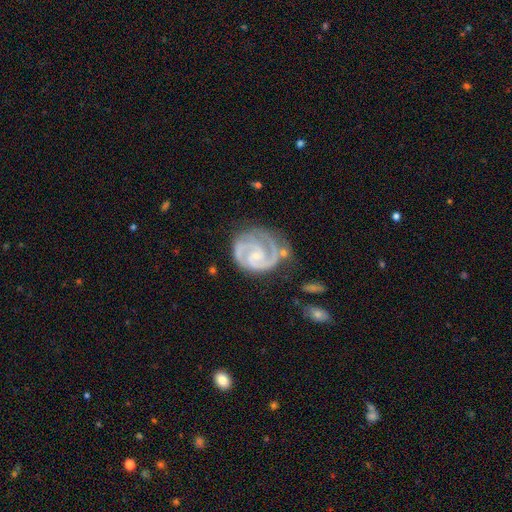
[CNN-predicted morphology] A featured or disk galaxy (90%) with no bar (53%), 2 (77%) tight (61%) spiral arms (98%) and a small central bulge (66%).

Vote fractions:
- Smooth or featured? featured or disk: 90% / star or artifact: 5% / smooth: 5%
- Edge-on disk? no: 98% / yes: 2%
- Bar? no: 53% / weak: 37% / strong: 10%
- Spiral arms? yes: 98% / no: 2%
- Spiral winding? tight: 61% / medium: 34% / loose: 5%
- Spiral arm count? 2: 77% / 3: 10% / can't tell: 6% / 1: 4% / 4: 2% / more than 4: 2%
- Bulge size? small: 66% / moderate: 24% / none: 8% / large: 1% / dominant: 1%
- Merging? none: 60% / minor disturbance: 22% / major disturbance: 12% / merger: 6%